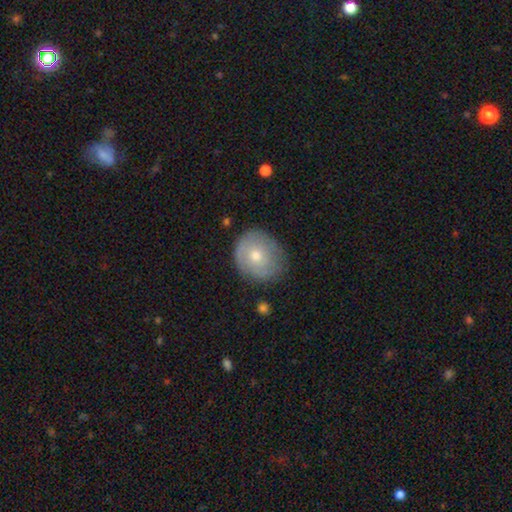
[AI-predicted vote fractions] Morphology: type=smooth (58%); roundness=round (75%); merging=none (72%).